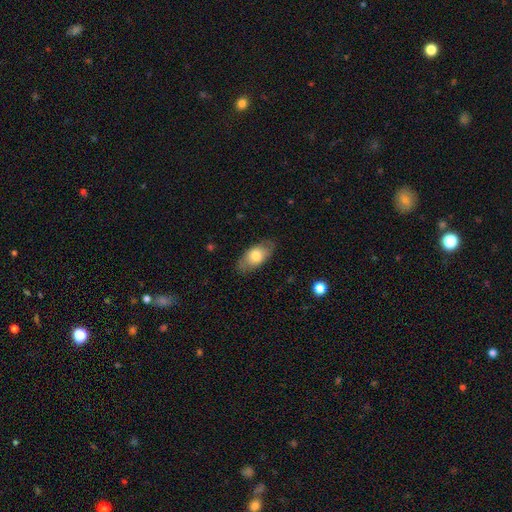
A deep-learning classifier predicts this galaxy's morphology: A smooth galaxy with no disk features (72%) that is in between round and cigar-shaped (90%).

Vote fractions:
- Smooth or featured? smooth: 72% / featured or disk: 22% / star or artifact: 6%
- How rounded? in between: 90% / cigar-shaped: 5% / round: 5%
- Merging? none: 78% / minor disturbance: 16% / major disturbance: 5% / merger: 1%